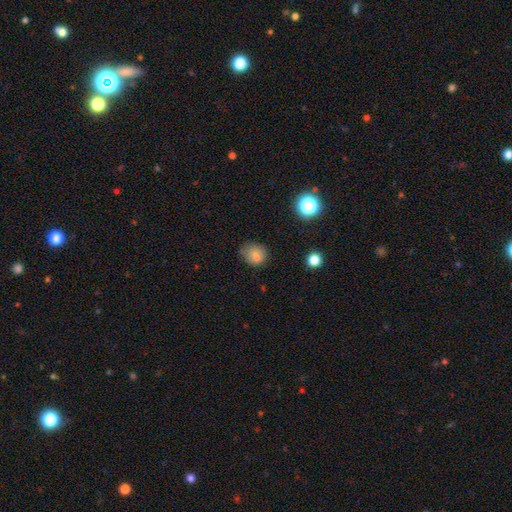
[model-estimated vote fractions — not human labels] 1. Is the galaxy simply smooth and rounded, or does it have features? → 77% smooth, 13% star or artifact, 10% featured or disk.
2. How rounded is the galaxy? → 63% round, 36% in between, 1% cigar-shaped.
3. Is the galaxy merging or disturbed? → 62% none, 26% minor disturbance, 9% major disturbance, 3% merger.